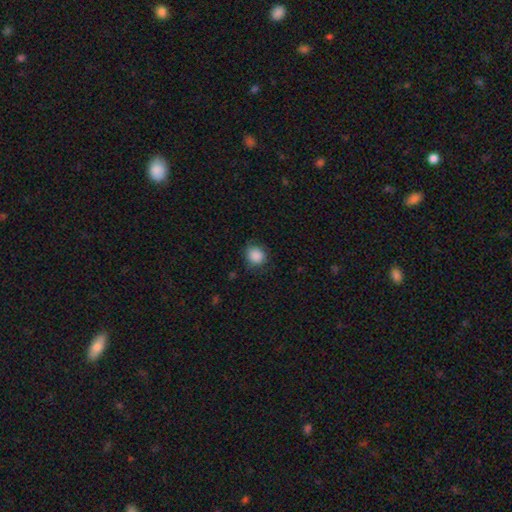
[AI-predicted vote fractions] A smooth galaxy with no disk features (88%) that is round (84%).

Vote fractions:
- Smooth or featured? smooth: 88% / star or artifact: 8% / featured or disk: 3%
- How rounded? round: 84% / in between: 15% / cigar-shaped: 1%
- Merging? none: 80% / minor disturbance: 15% / major disturbance: 4% / merger: 1%